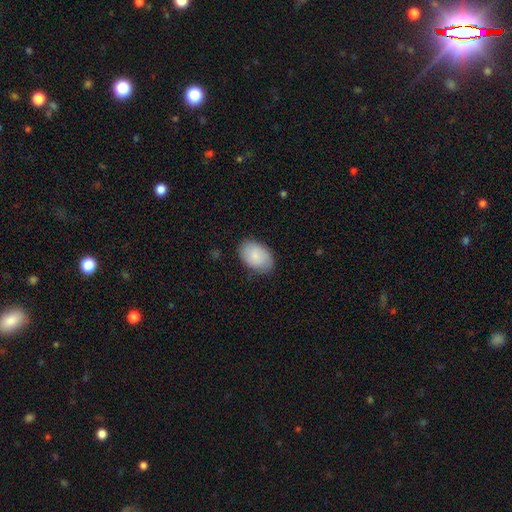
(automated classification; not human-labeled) Smooth or featured?
  - smooth: 83% *
  - featured or disk: 11%
  - star or artifact: 6%
How rounded?
  - in between: 90% *
  - round: 9%
  - cigar-shaped: 1%
Merging?
  - none: 80% *
  - minor disturbance: 16%
  - major disturbance: 3%
  - merger: 1%